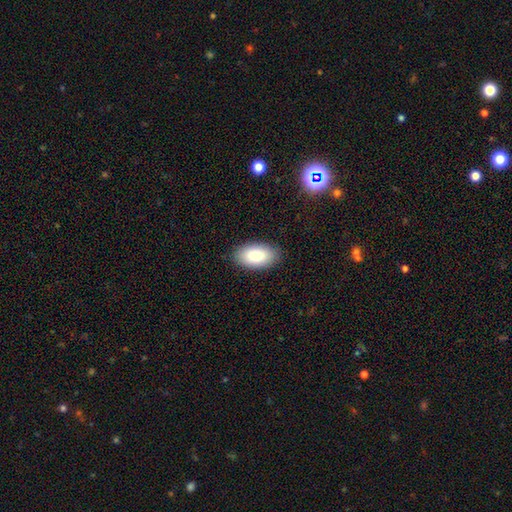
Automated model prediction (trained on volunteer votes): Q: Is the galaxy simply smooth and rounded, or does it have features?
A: smooth — 89%.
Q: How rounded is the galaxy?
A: in between — 96%.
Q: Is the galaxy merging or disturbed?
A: none — 87%.